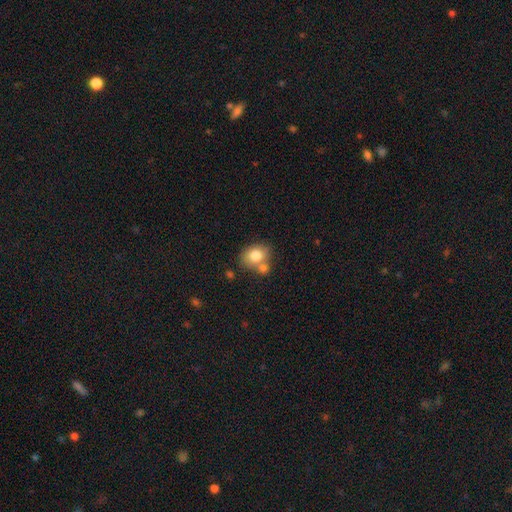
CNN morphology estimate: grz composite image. It shows a smooth galaxy with no disk features (77%) that is round (51%). Merging: none (51%).